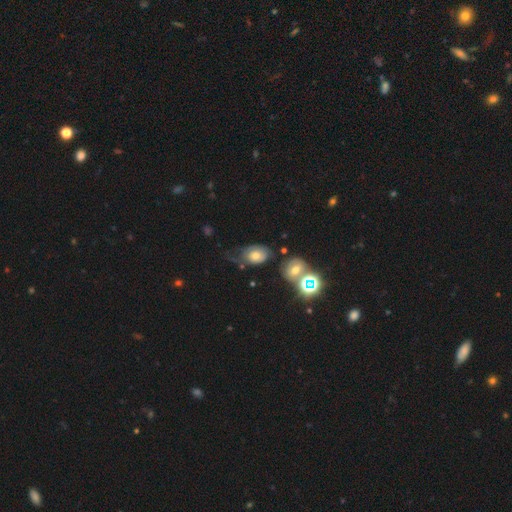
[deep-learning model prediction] Smooth or featured? Predicted: smooth (p=0.57). How rounded? Predicted: in between (p=0.74). Merging? Predicted: none (p=0.40).